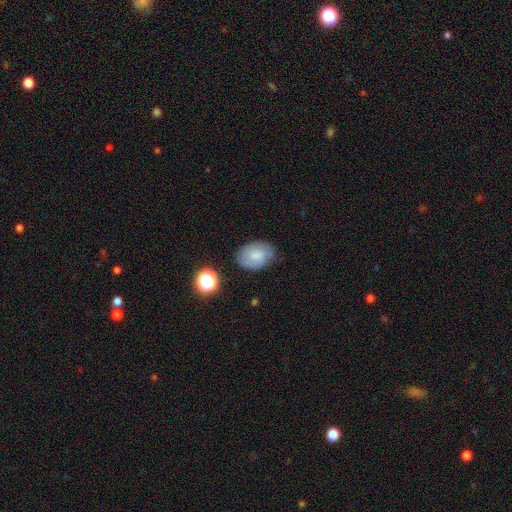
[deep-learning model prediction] smooth-or-featured: smooth: 64% | featured or disk: 25% | star or artifact: 10%
  how-rounded: in between: 70% | round: 29% | cigar-shaped: 1%
  merging: none: 68% | minor disturbance: 24% | major disturbance: 6% | merger: 2%